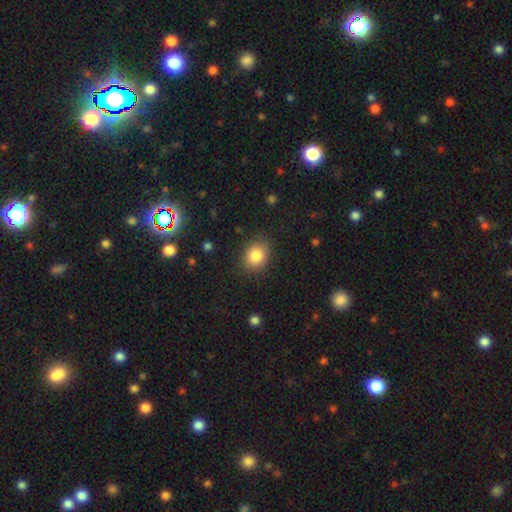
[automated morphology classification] A smooth galaxy with no disk features (84%) that is round (56%).

Vote fractions:
- Smooth or featured? smooth: 84% / star or artifact: 10% / featured or disk: 6%
- How rounded? round: 56% / in between: 43% / cigar-shaped: 1%
- Merging? none: 85% / minor disturbance: 10% / major disturbance: 3% / merger: 1%